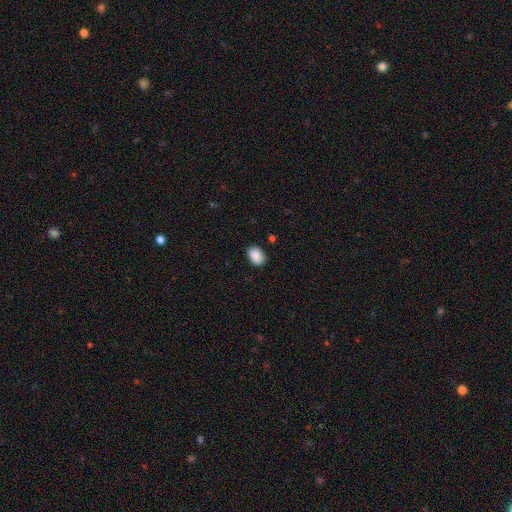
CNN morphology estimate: Overall: smooth (90%). How rounded: in between (80%). Merging: none (85%).